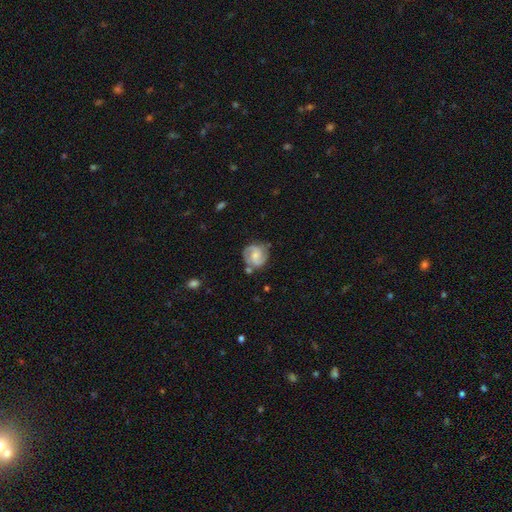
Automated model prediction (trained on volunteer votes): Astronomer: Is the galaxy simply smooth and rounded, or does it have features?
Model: featured or disk — 80%.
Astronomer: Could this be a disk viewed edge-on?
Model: no — 98%.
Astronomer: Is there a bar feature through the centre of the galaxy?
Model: no — 48% (runner-up: weak, 43%).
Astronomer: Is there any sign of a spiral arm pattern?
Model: yes — 96%.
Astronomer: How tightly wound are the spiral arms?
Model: medium — 48% (runner-up: tight, 39%).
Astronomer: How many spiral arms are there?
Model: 2 — 86%.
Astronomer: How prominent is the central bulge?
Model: small — 44% (runner-up: moderate, 41%).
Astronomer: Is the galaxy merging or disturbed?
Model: none — 71%.